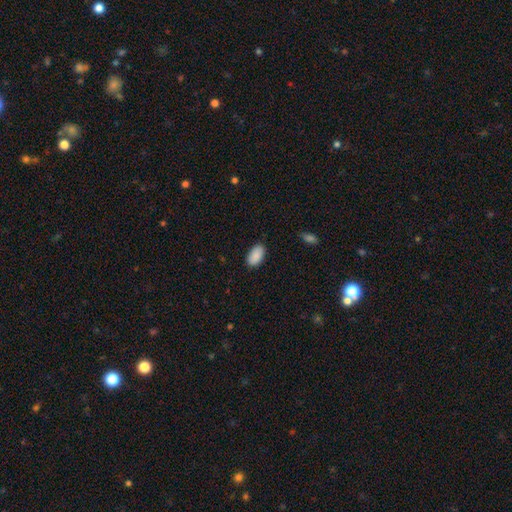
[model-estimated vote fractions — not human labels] A smooth galaxy with no disk features (90%) that is in between round and cigar-shaped (95%).

Vote fractions:
- Smooth or featured? smooth: 90% / star or artifact: 7% / featured or disk: 3%
- How rounded? in between: 95% / round: 4% / cigar-shaped: 2%
- Merging? none: 87% / minor disturbance: 9% / major disturbance: 2% / merger: 1%